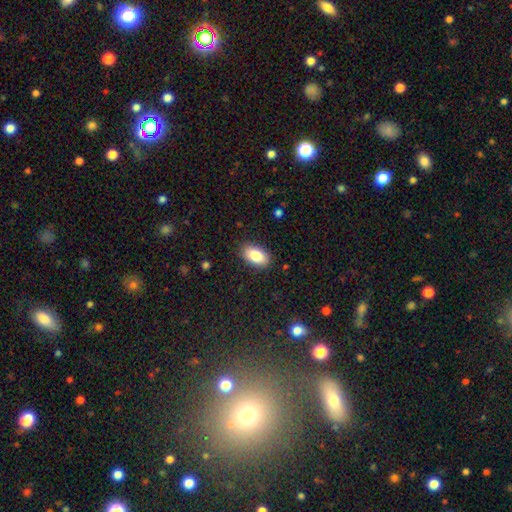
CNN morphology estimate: A smooth galaxy with no disk features (84%) that is in between round and cigar-shaped (93%). Merging: none (87%).